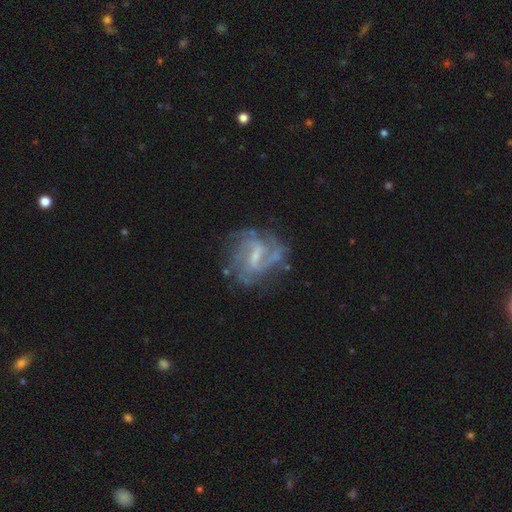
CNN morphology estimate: type=featured or disk (83%); edge-on=no (97%); bar=weak (57%); spiral arms=yes (89%); winding=medium (46%); arm count=2 (38%); bulge=small (50%); merging=none (60%).